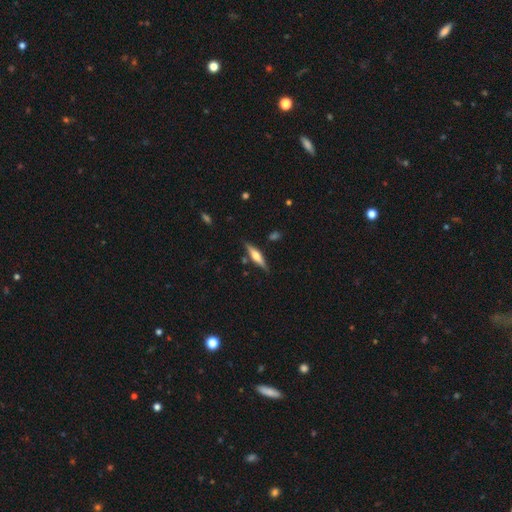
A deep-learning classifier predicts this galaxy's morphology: Smooth or featured? Predicted: featured or disk (p=0.60). Edge-on disk? Predicted: yes (p=0.96). Edge-on bulge? Predicted: rounded (p=0.87). Merging? Predicted: none (p=0.83).